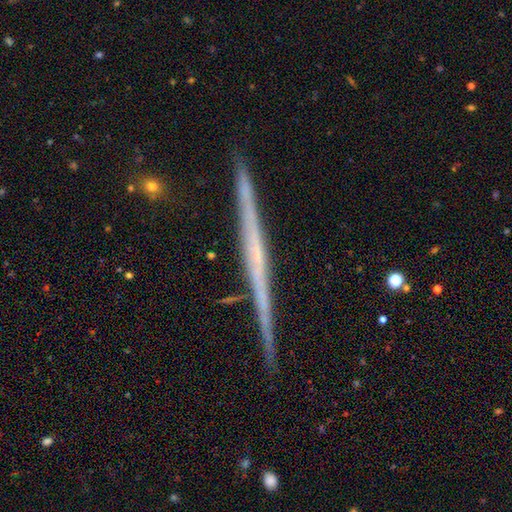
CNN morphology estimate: Smooth or featured? Predicted: featured or disk (p=0.73). Edge-on disk? Predicted: yes (p=0.98). Edge-on bulge? Predicted: none (p=0.85). Merging? Predicted: none (p=0.91).